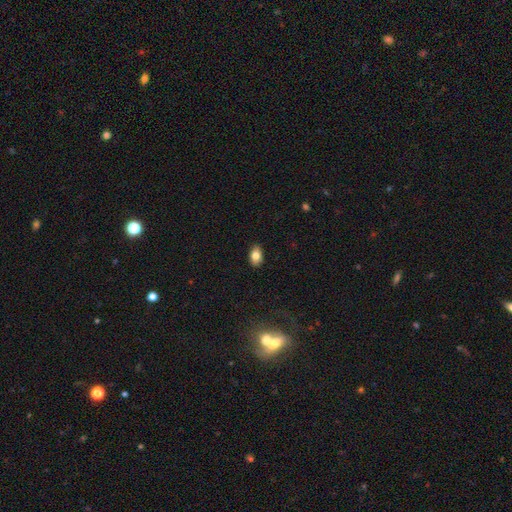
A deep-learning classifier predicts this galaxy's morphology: The model was most divided on "smooth or featured": smooth: 80%, featured or disk: 11%, star or artifact: 9%. More confident: merging — none (89%); how rounded — in between (87%).